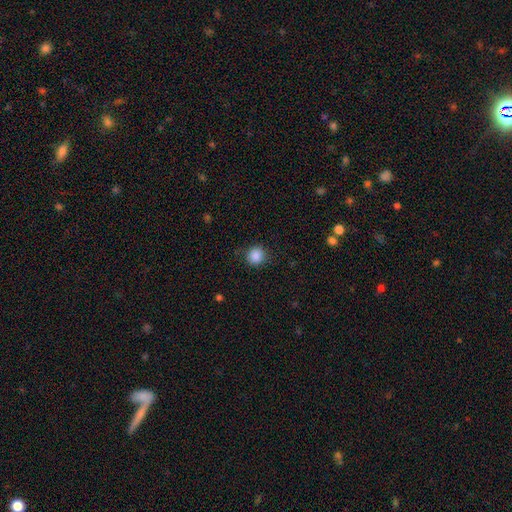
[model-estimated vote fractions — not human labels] This is clearly a smooth galaxy (87%). How rounded: clearly round (90%). Merging: clearly none (85%).